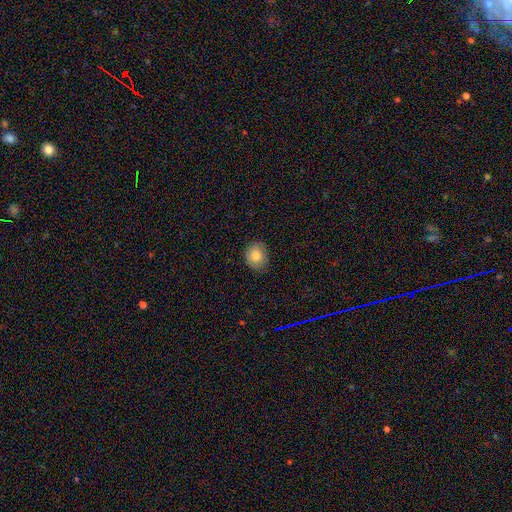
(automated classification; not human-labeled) Smooth or featured?
  - smooth: 81% *
  - featured or disk: 10%
  - star or artifact: 8%
How rounded?
  - round: 61% *
  - in between: 38%
  - cigar-shaped: 1%
Merging?
  - none: 82% *
  - minor disturbance: 14%
  - major disturbance: 3%
  - merger: 1%